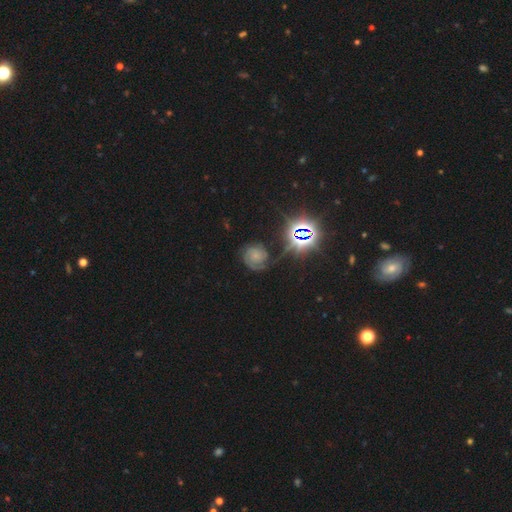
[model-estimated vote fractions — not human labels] The model was most divided on "spiral arm count": 2: 45%, 3: 19%, can't tell: 17%, 1: 13%, 4: 4%, more than 4: 3%. More confident: edge-on disk — no (98%); spiral arms — yes (94%); bar — no (79%); bulge size — small (65%); smooth or featured — featured or disk (65%); merging — none (63%); spiral winding — tight (59%).